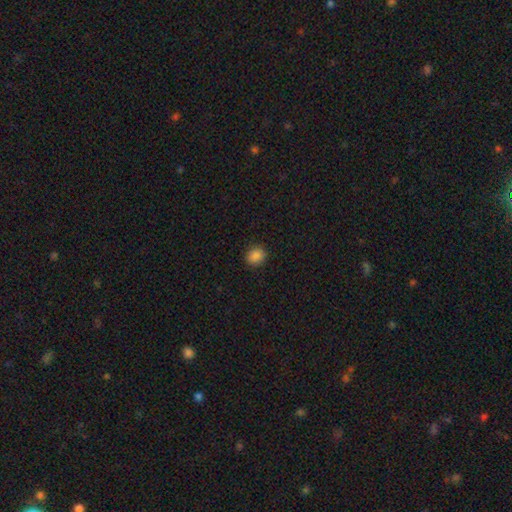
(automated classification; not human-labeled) A smooth galaxy with no disk features (85%) that is round (71%).

Vote fractions:
- Smooth or featured? smooth: 85% / star or artifact: 11% / featured or disk: 4%
- How rounded? round: 71% / in between: 28% / cigar-shaped: 1%
- Merging? none: 90% / minor disturbance: 7% / major disturbance: 2% / merger: 1%